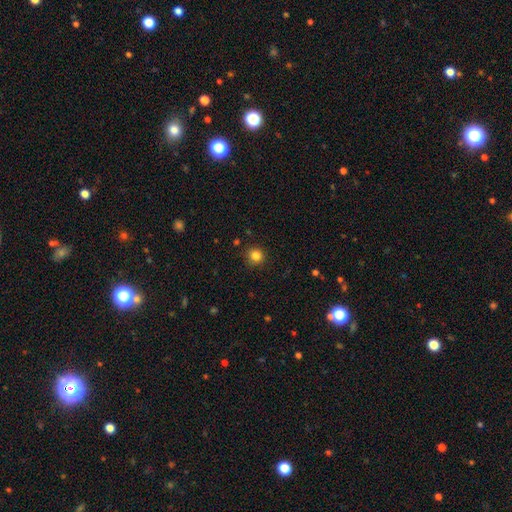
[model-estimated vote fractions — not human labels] Morphology: type=smooth (83%); roundness=round (92%); merging=none (89%).